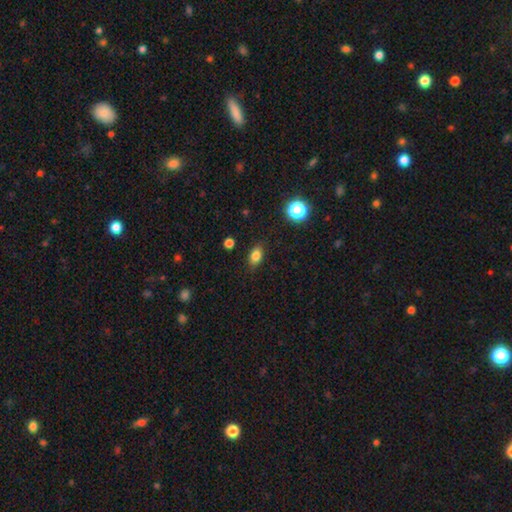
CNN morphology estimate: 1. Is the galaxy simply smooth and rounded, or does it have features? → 82% smooth, 11% star or artifact, 7% featured or disk.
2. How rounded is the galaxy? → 81% in between, 16% round, 3% cigar-shaped.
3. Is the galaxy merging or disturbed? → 85% none, 11% minor disturbance, 3% major disturbance, 1% merger.